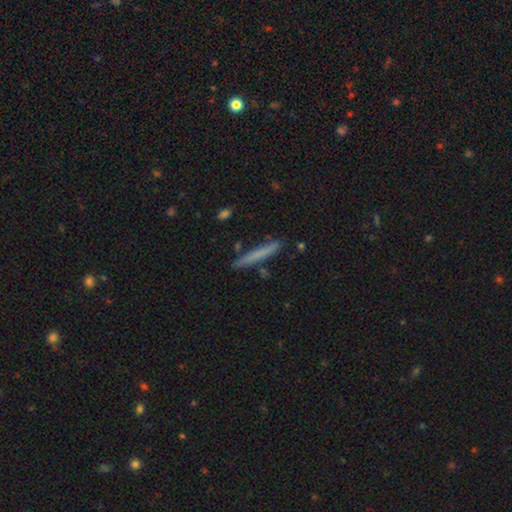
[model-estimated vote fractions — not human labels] Smooth or featured? Predicted: smooth (p=0.68). How rounded? Predicted: cigar-shaped (p=0.96). Merging? Predicted: none (p=0.86).